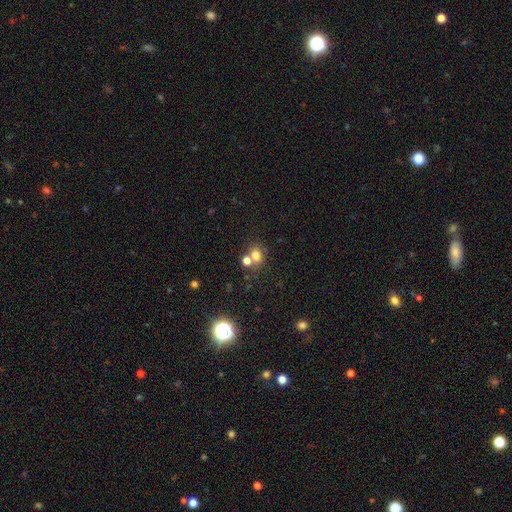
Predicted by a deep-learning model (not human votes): Smooth or featured?
  - smooth: 72% *
  - star or artifact: 17%
  - featured or disk: 11%
How rounded?
  - round: 64% *
  - in between: 35%
  - cigar-shaped: 1%
Merging?
  - none: 50% *
  - merger: 37%
  - minor disturbance: 9%
  - major disturbance: 4%